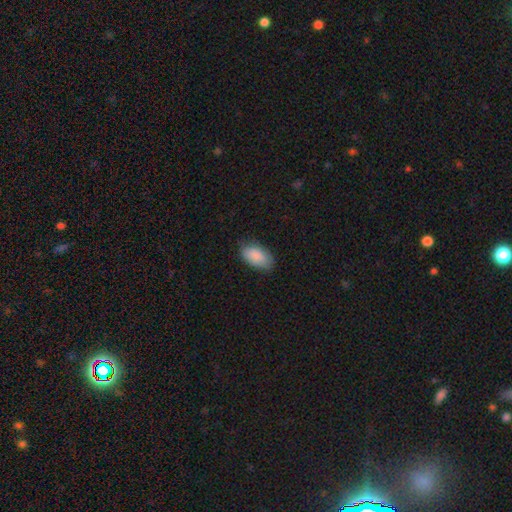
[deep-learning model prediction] Smooth or featured?
  - smooth: 88% *
  - star or artifact: 6%
  - featured or disk: 6%
How rounded?
  - in between: 94% *
  - round: 4%
  - cigar-shaped: 2%
Merging?
  - none: 79% *
  - minor disturbance: 17%
  - major disturbance: 3%
  - merger: 1%